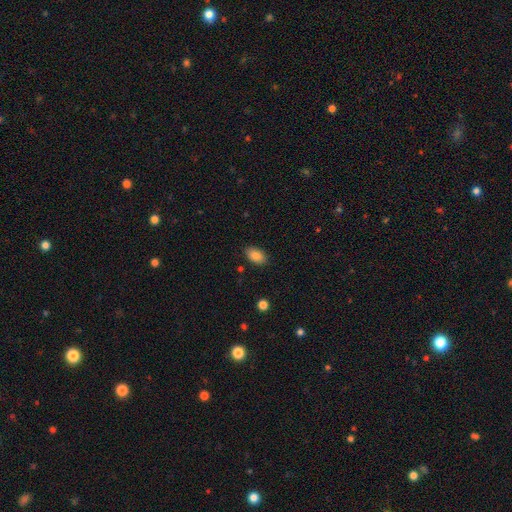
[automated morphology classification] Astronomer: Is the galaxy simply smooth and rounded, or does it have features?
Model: smooth — 85%.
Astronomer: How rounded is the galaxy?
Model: in between — 92%.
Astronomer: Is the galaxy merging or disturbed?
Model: none — 87%.